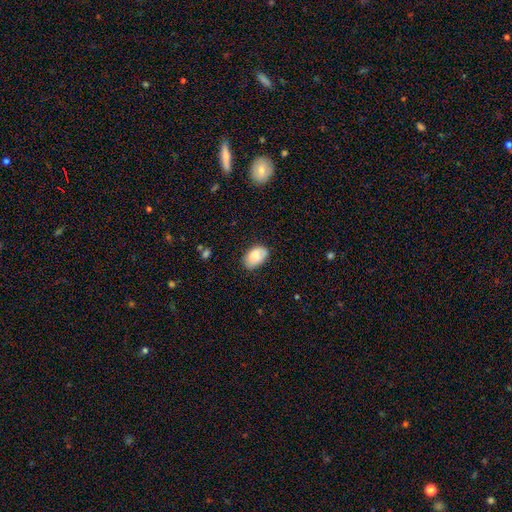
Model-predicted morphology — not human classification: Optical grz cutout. It shows a smooth galaxy with no disk features (82%) that is in between round and cigar-shaped (90%). Merging: none (70%).